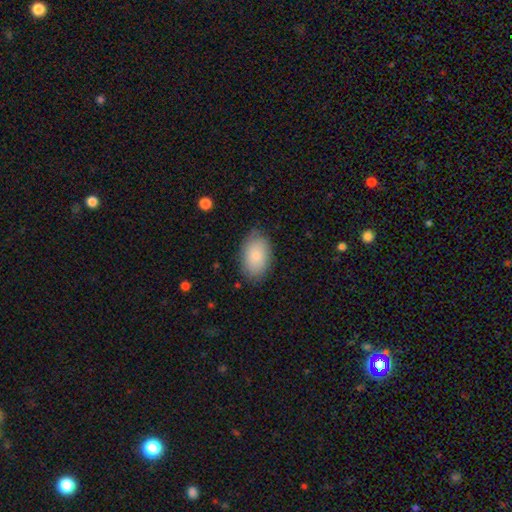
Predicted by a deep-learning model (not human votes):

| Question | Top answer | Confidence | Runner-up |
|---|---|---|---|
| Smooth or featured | smooth | 82% | featured or disk (12%) |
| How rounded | in between | 90% | round (9%) |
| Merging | none | 80% | minor disturbance (16%) |